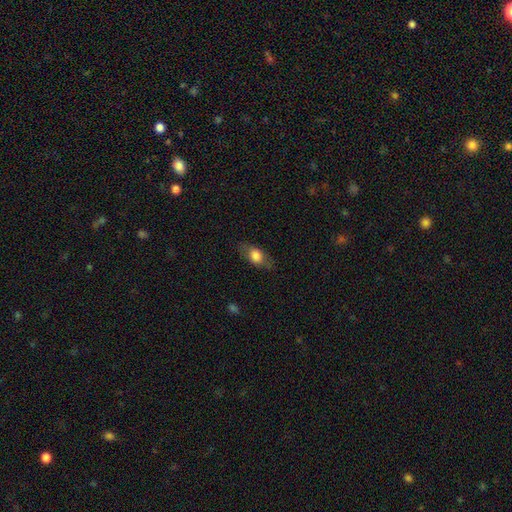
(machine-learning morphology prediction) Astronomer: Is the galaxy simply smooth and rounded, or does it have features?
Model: smooth — 69%.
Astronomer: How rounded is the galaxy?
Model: in between — 81%.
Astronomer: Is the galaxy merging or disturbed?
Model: none — 78%.